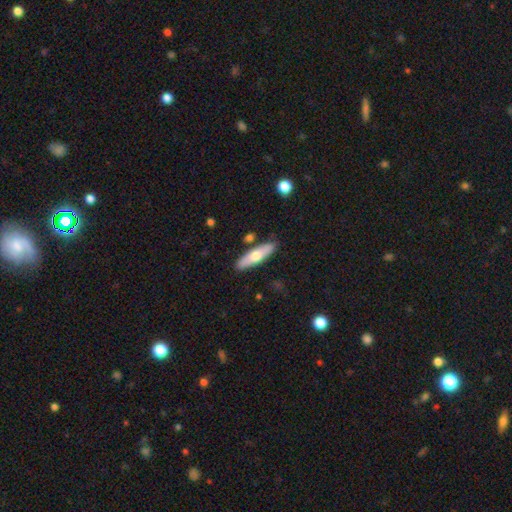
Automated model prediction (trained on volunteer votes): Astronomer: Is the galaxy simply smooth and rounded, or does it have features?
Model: smooth — 62%.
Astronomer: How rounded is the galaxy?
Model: cigar-shaped — 65%.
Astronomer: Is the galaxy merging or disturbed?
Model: none — 85%.